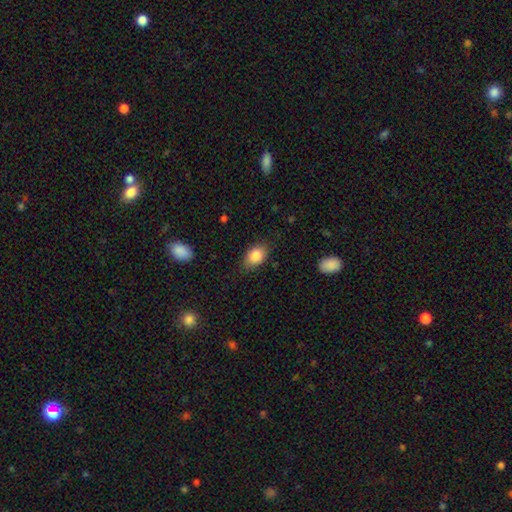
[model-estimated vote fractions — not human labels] Smooth or featured: smooth — 85% (star or artifact — 8%)
How rounded: in between — 77% (round — 22%)
Merging: none — 79% (minor disturbance — 16%)